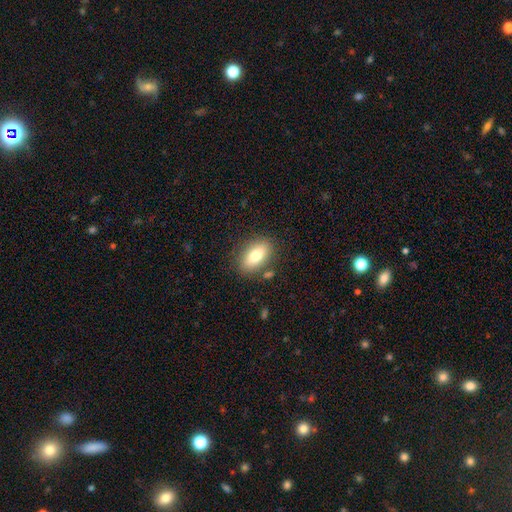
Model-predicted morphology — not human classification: Smooth or featured? smooth (76%)
How rounded? in between (86%)
Merging? none (81%)